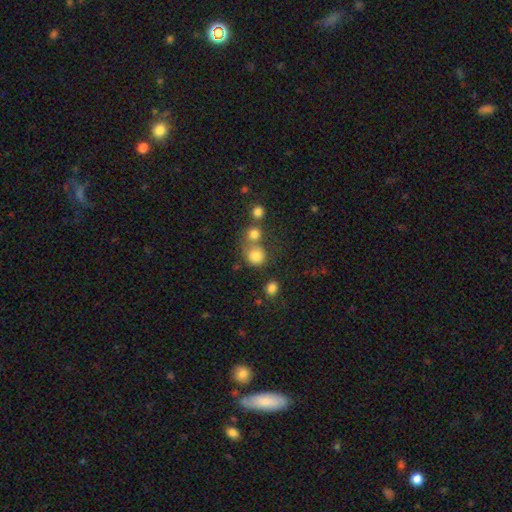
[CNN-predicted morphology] This is likely a smooth galaxy (78%). How rounded: clearly round (83%). Merging: possibly none (51%).